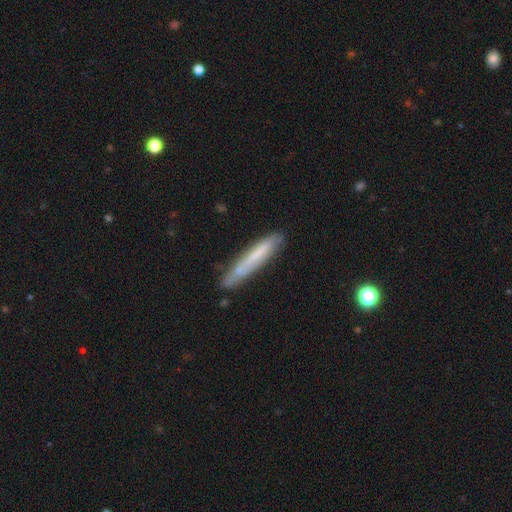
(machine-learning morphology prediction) Smooth or featured? smooth (56%)
How rounded? cigar-shaped (93%)
Merging? none (72%)